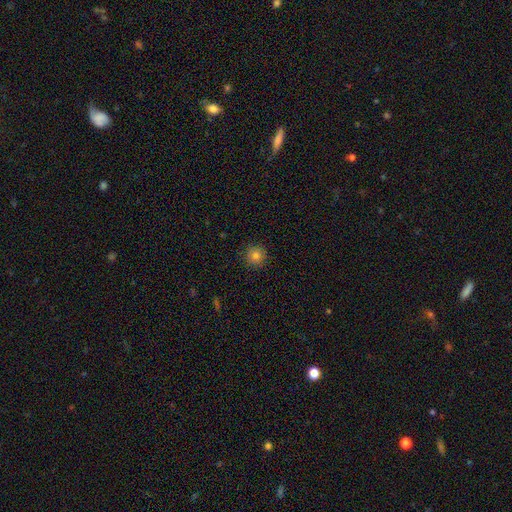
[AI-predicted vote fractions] Q: Smooth or featured?
A: smooth (81%); runner-up: star or artifact (12%)
Q: How rounded?
A: round (95%); runner-up: in between (4%)
Q: Merging?
A: none (91%); runner-up: minor disturbance (6%)